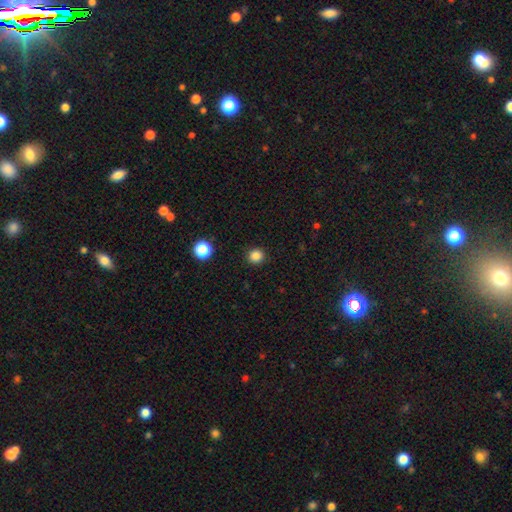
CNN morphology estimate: smooth-or-featured: smooth: 85% | star or artifact: 12% | featured or disk: 3%
  how-rounded: round: 92% | in between: 8% | cigar-shaped: 1%
  merging: none: 91% | minor disturbance: 6% | major disturbance: 2% | merger: 1%